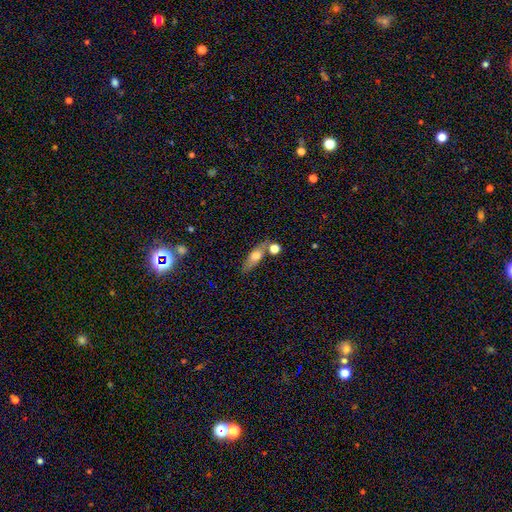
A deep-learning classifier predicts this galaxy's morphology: Q: Smooth or featured?
A: smooth (61%); runner-up: featured or disk (31%)
Q: How rounded?
A: in between (52%); runner-up: cigar-shaped (42%)
Q: Merging?
A: none (63%); runner-up: merger (17%)